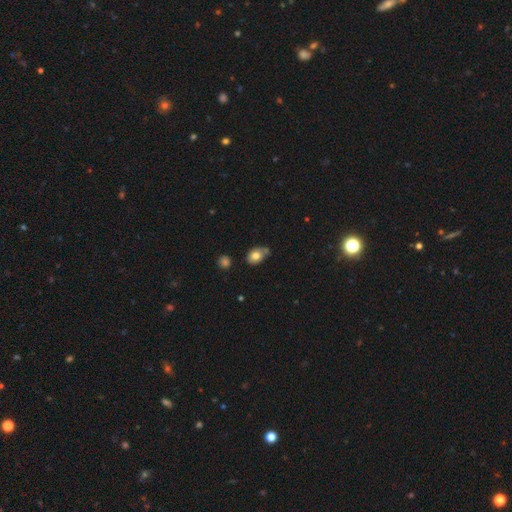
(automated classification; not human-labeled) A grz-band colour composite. It shows a smooth galaxy with no disk features (77%) that is in between round and cigar-shaped (70%). Merging: none (54%).